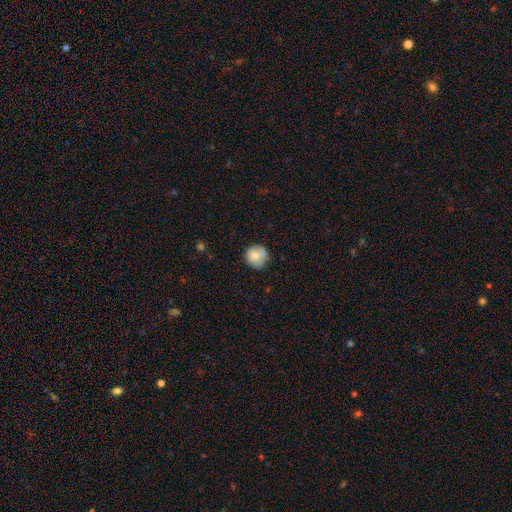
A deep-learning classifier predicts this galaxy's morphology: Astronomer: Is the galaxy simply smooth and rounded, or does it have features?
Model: smooth — 80%.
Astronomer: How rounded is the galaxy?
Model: round — 92%.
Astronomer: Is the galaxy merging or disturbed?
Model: none — 76%.